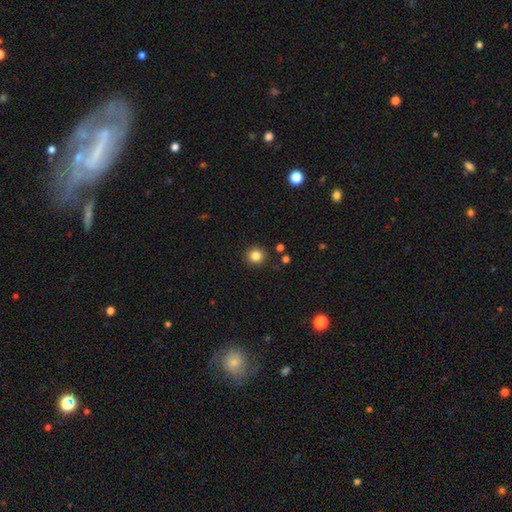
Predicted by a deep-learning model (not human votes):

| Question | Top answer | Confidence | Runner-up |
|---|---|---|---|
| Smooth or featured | smooth | 84% | star or artifact (11%) |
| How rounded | round | 93% | in between (6%) |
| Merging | none | 90% | minor disturbance (6%) |